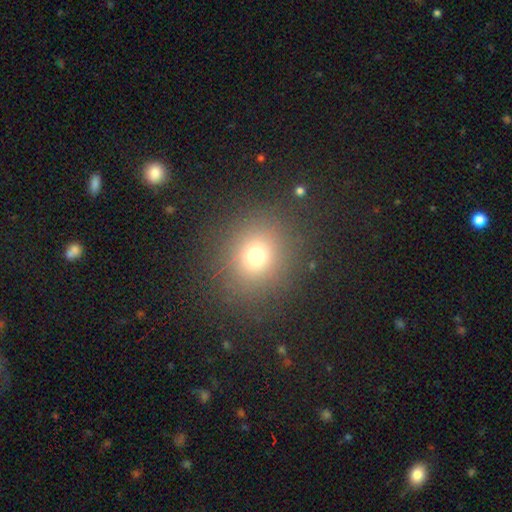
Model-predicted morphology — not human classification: smooth_or_featured: smooth (p=0.72) [alt: star or artifact p=0.19]
how_rounded: round (p=0.83) [alt: in between p=0.16]
merging: none (p=0.87) [alt: minor disturbance p=0.07]